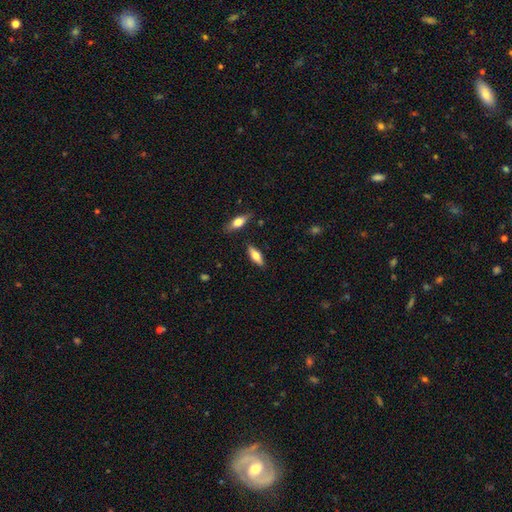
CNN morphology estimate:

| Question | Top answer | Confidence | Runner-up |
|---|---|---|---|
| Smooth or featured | smooth | 60% | featured or disk (34%) |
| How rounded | in between | 63% | cigar-shaped (35%) |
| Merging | none | 85% | minor disturbance (10%) |